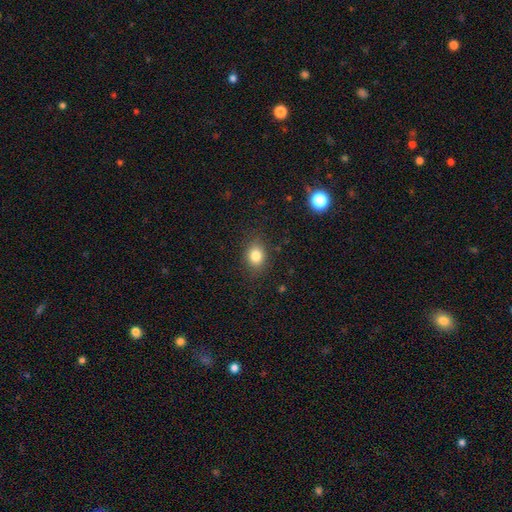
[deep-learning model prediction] smooth_or_featured: smooth (p=0.82) [alt: star or artifact p=0.11]
how_rounded: round (p=0.50) [alt: in between p=0.49]
merging: none (p=0.84) [alt: minor disturbance p=0.11]